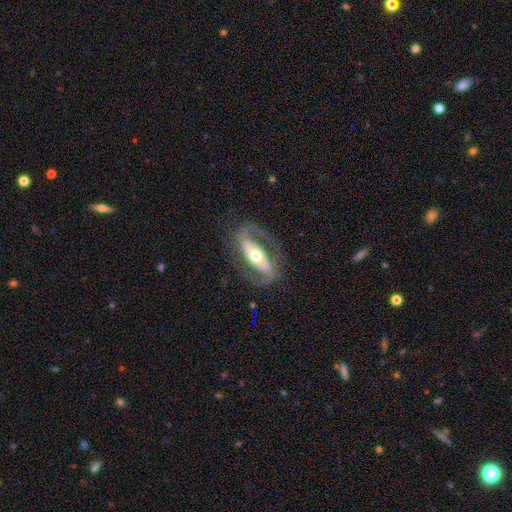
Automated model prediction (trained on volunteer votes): Morphology: type=featured or disk (81%); edge-on=no (87%); bar=strong (56%); spiral arms=yes (79%); winding=medium (46%); arm count=2 (85%); bulge=moderate (62%); merging=none (72%).